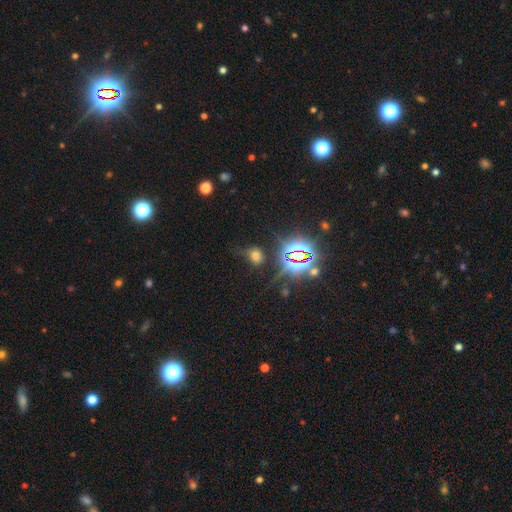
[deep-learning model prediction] Smooth or featured: smooth — 52% (star or artifact — 40%)
How rounded: in between — 53% (round — 45%)
Merging: none — 70% (minor disturbance — 18%)